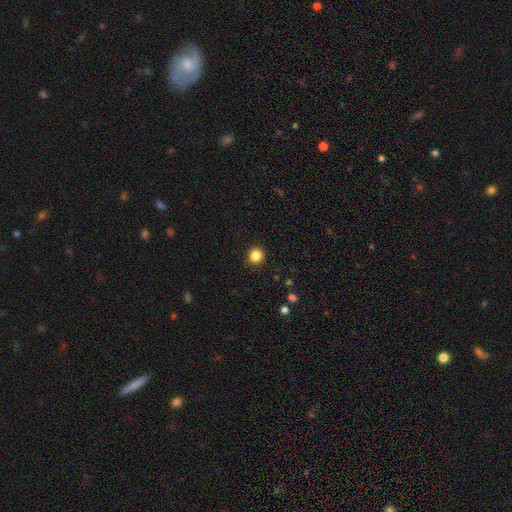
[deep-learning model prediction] Q: Smooth or featured?
A: smooth (86%); runner-up: star or artifact (11%)
Q: How rounded?
A: round (92%); runner-up: in between (8%)
Q: Merging?
A: none (93%); runner-up: minor disturbance (5%)